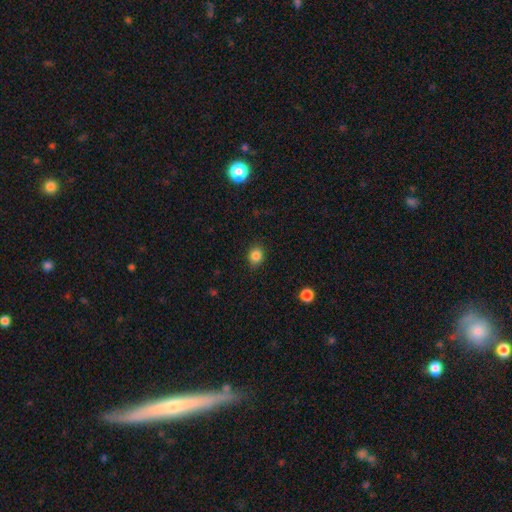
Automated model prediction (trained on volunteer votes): Smooth or featured? Predicted: smooth (p=0.85). How rounded? Predicted: round (p=0.63). Merging? Predicted: none (p=0.88).